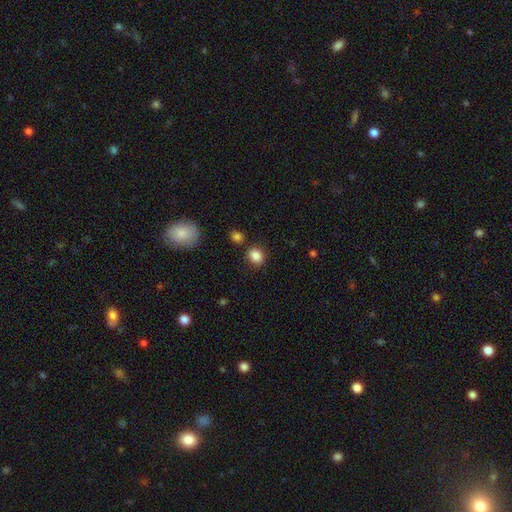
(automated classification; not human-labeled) smooth 86%, star or artifact 10%, featured or disk 4%. Down the decision tree: how rounded — round (62%); merging — none (79%).